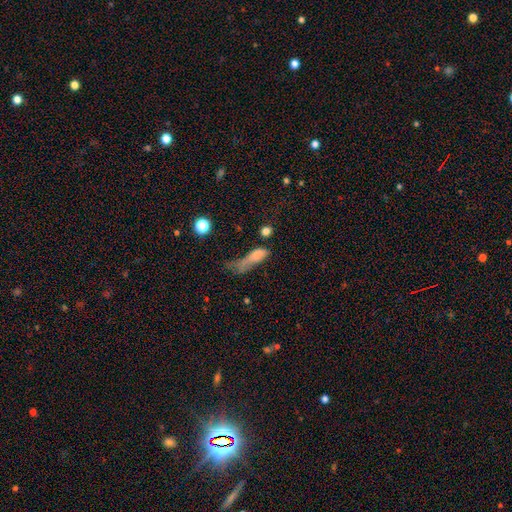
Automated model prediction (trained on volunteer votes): Smooth or featured: smooth — 67% (featured or disk — 20%)
How rounded: in between — 55% (cigar-shaped — 38%)
Merging: major disturbance — 50% (minor disturbance — 20%)